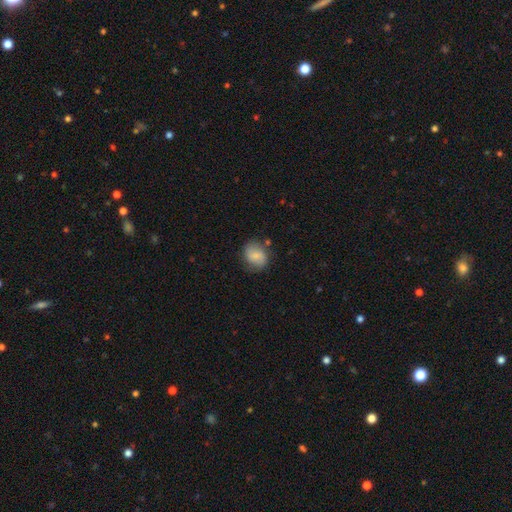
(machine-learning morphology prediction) Smooth or featured: smooth — 71% (featured or disk — 21%)
How rounded: round — 57% (in between — 42%)
Merging: none — 72% (minor disturbance — 19%)